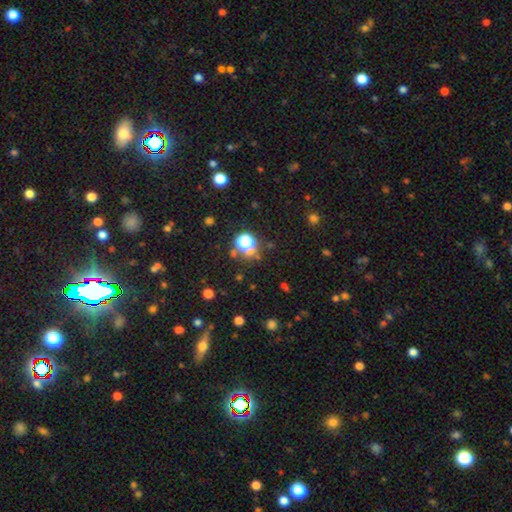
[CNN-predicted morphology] smooth-or-featured: star or artifact: 59% | smooth: 32% | featured or disk: 9%